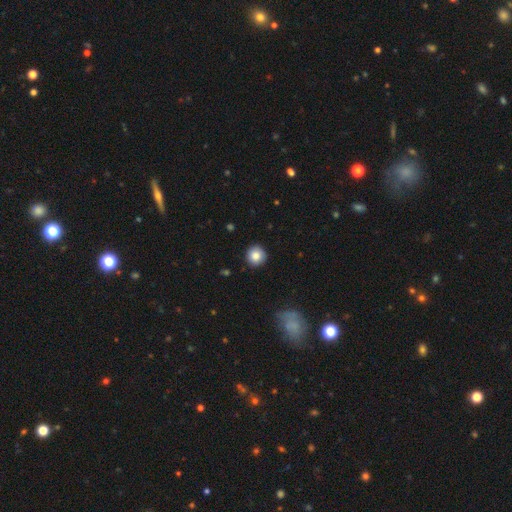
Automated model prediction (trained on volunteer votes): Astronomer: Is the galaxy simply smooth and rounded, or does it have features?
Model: smooth — 85%.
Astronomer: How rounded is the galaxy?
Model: round — 93%.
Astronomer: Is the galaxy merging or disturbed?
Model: none — 91%.